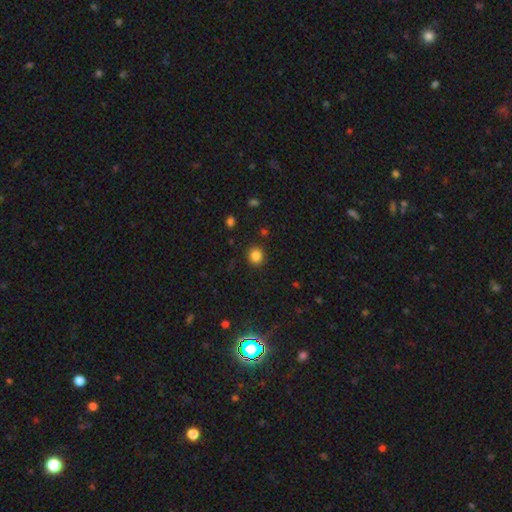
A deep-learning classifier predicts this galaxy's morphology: smooth 83%, star or artifact 12%, featured or disk 5%. Down the decision tree: how rounded — round (88%); merging — none (90%).